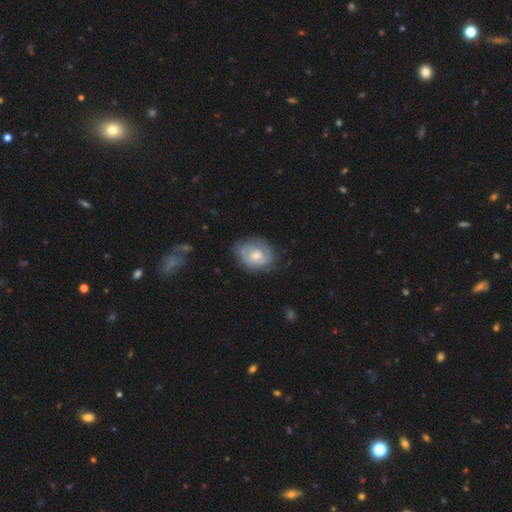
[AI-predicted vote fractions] Smooth or featured? featured or disk (55%)
Edge-on disk? no (96%)
Bar? no (59%)
Spiral arms? yes (71%)
Bulge size? moderate (61%)
Merging? none (68%)